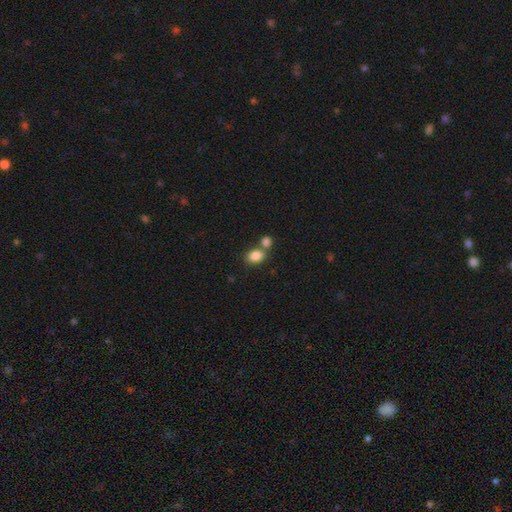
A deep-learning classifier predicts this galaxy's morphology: A smooth galaxy with no disk features (84%) that is in between round and cigar-shaped (63%). Merging: none (49%).